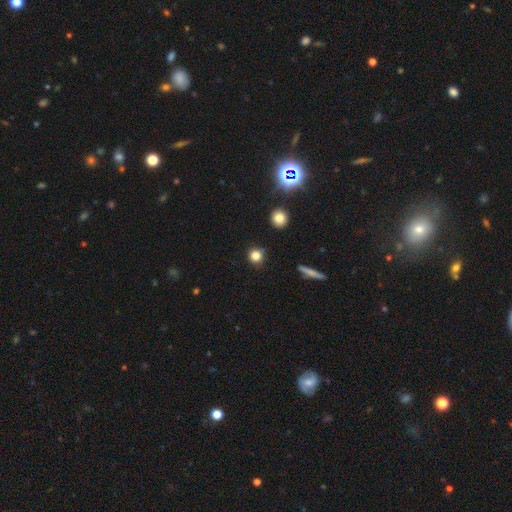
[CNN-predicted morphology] This is clearly a smooth galaxy (82%). How rounded: clearly round (92%). Merging: clearly none (88%).